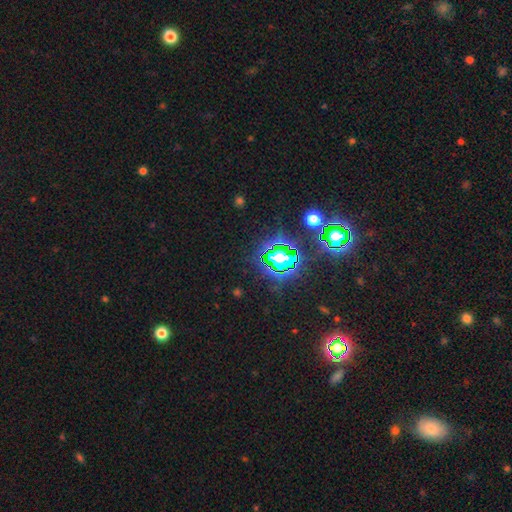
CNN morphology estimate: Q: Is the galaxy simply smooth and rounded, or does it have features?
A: star or artifact — 82%.